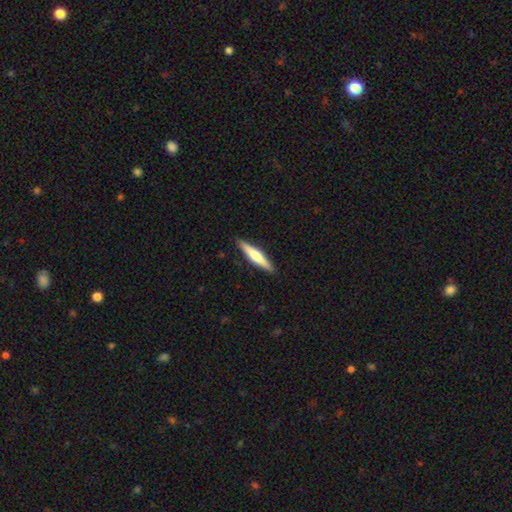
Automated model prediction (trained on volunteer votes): The model was most divided on "smooth or featured": smooth: 49%, featured or disk: 46%, star or artifact: 5%. More confident: merging — none (91%).